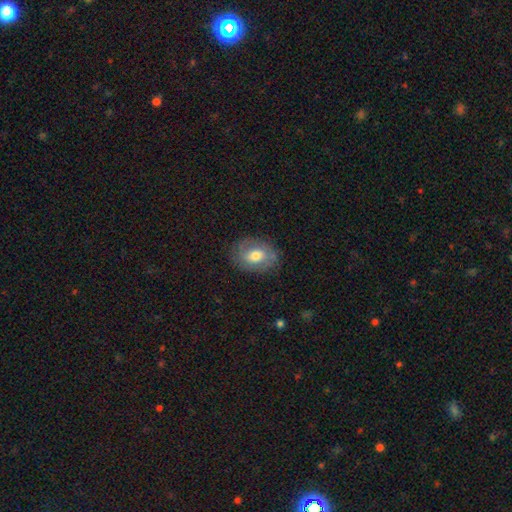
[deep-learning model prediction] This is possibly a smooth galaxy (49%). Merging: likely none (79%).